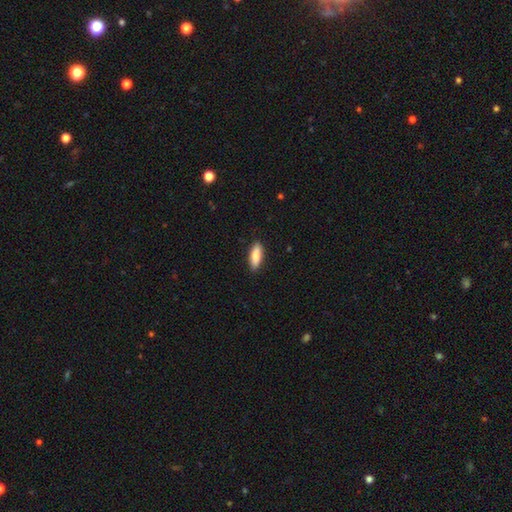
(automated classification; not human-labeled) smooth 84%, featured or disk 10%, star or artifact 6%. Down the decision tree: how rounded — in between (64%); merging — none (88%).